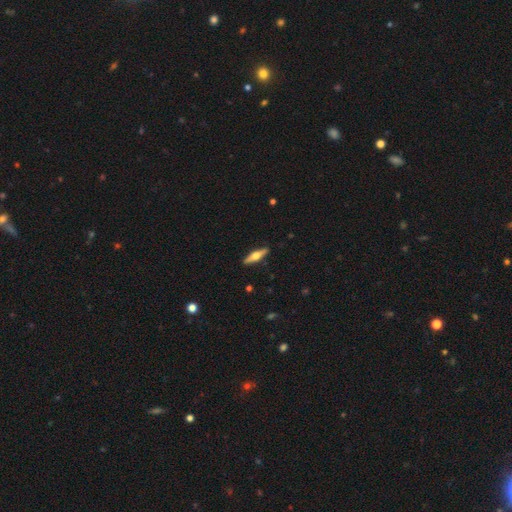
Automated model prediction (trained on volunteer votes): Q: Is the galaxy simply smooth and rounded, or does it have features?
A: featured or disk — 57%.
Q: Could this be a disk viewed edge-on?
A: yes — 95%.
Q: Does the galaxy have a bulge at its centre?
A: rounded — 93%.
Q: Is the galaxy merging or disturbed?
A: none — 90%.